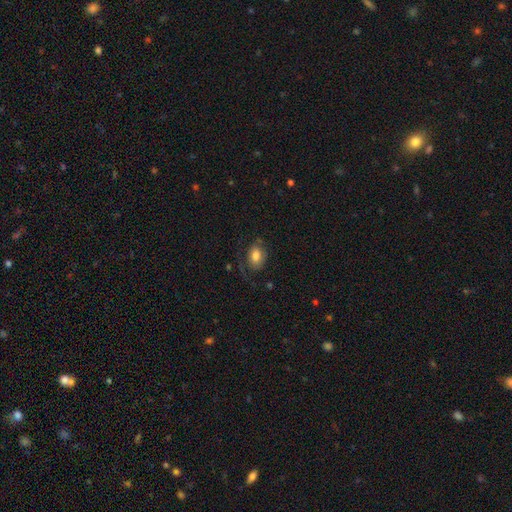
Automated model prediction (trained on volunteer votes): Morphology: type=smooth (71%); roundness=in between (82%); merging=none (58%).